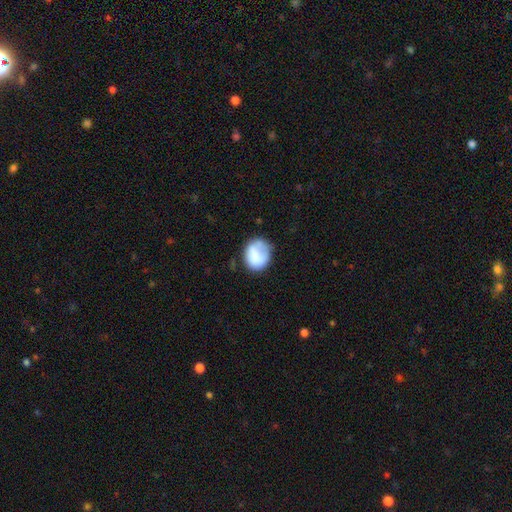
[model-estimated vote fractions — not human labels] Morphology: type=smooth (78%); roundness=round (70%); merging=none (59%).